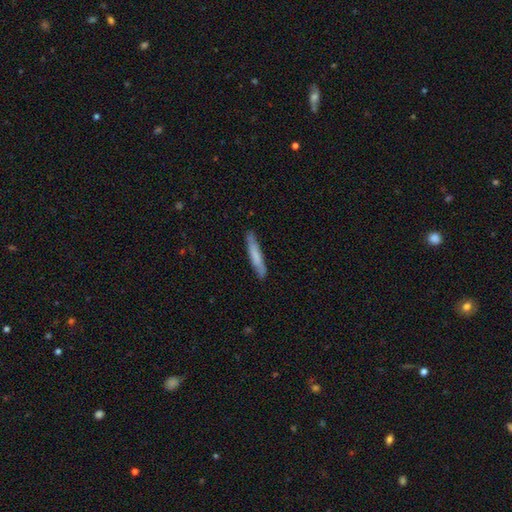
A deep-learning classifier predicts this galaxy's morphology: Smooth or featured: smooth — 70% (featured or disk — 25%)
How rounded: cigar-shaped — 93% (in between — 6%)
Merging: none — 85% (minor disturbance — 12%)